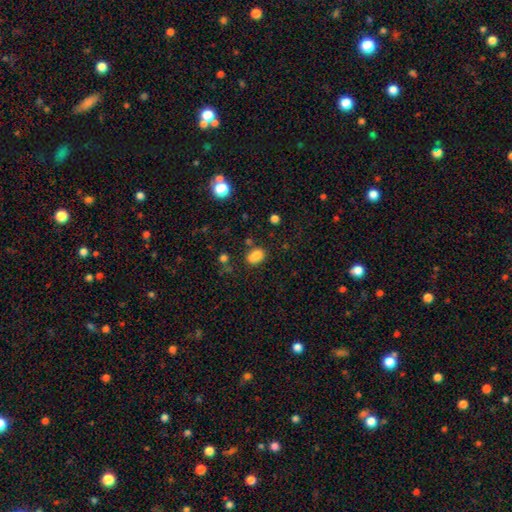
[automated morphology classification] smooth_or_featured: smooth (p=0.84) [alt: star or artifact p=0.11]
how_rounded: in between (p=0.82) [alt: round p=0.16]
merging: none (p=0.73) [alt: minor disturbance p=0.16]